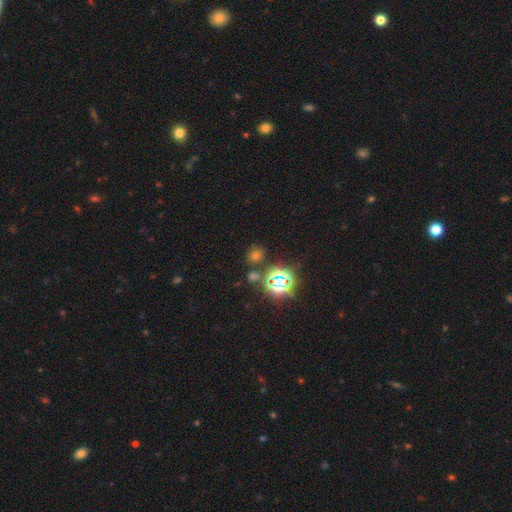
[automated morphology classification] Smooth or featured? smooth (52%)
How rounded? round (68%)
Merging? none (77%)